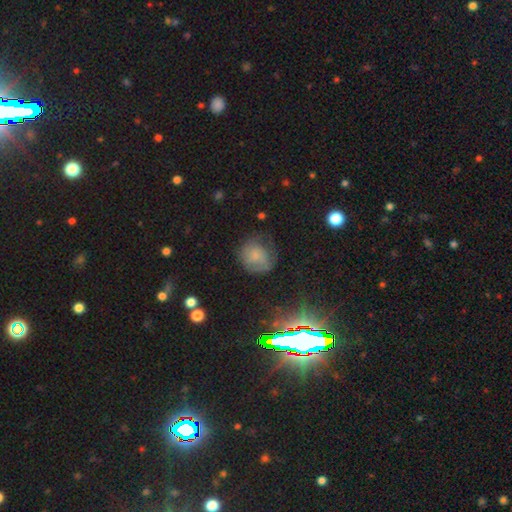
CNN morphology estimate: Q: Smooth or featured?
A: smooth (58%); runner-up: featured or disk (25%)
Q: How rounded?
A: round (76%); runner-up: in between (23%)
Q: Merging?
A: none (57%); runner-up: minor disturbance (26%)